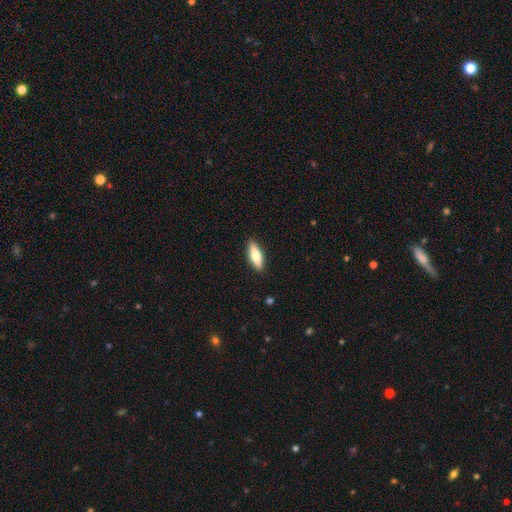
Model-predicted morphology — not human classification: A smooth galaxy with no disk features (71%) that is in between round and cigar-shaped (53%).

Vote fractions:
- Smooth or featured? smooth: 71% / featured or disk: 23% / star or artifact: 6%
- How rounded? in between: 53% / cigar-shaped: 45% / round: 2%
- Merging? none: 89% / minor disturbance: 8% / major disturbance: 2% / merger: 1%